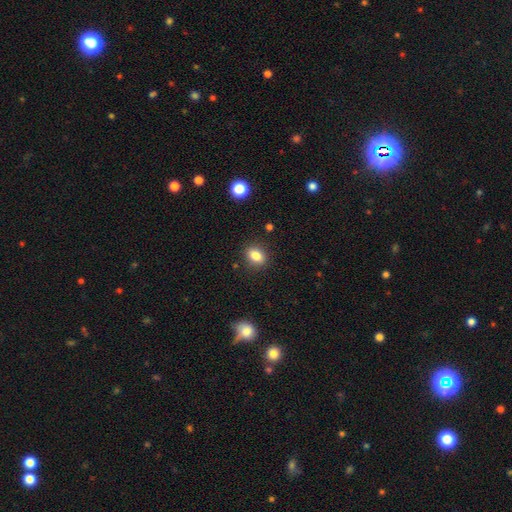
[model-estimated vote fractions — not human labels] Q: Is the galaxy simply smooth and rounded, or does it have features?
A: smooth — 85%.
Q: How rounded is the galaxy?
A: in between — 68%.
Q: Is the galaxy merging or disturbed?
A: none — 87%.